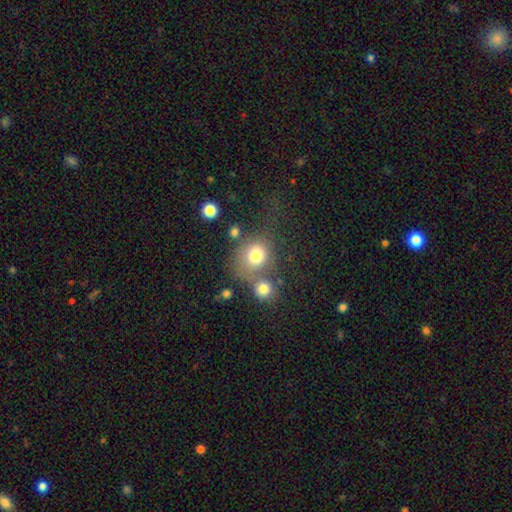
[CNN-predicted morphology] Smooth or featured?
  - smooth: 75% *
  - star or artifact: 12%
  - featured or disk: 12%
How rounded?
  - round: 79% *
  - in between: 20%
  - cigar-shaped: 1%
Merging?
  - none: 42% *
  - merger: 37%
  - minor disturbance: 12%
  - major disturbance: 10%